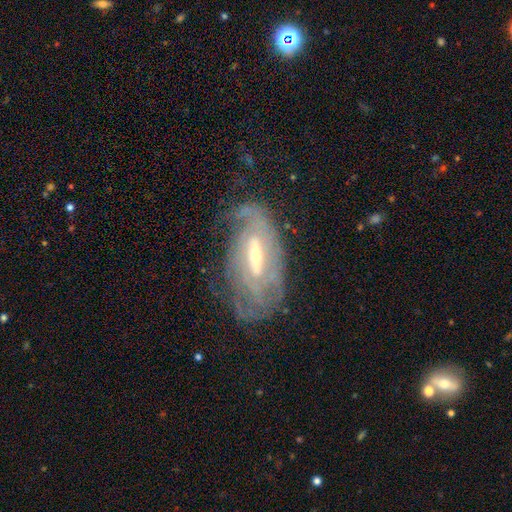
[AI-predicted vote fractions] Smooth or featured: featured or disk — 80% (smooth — 13%)
Edge-on disk: no — 89% (yes — 11%)
Bar: weak — 46% (strong — 37%)
Spiral arms: yes — 83% (no — 17%)
Spiral winding: tight — 60% (medium — 29%)
Spiral arm count: can't tell — 52% (2 — 22%)
Bulge size: moderate — 51% (small — 41%)
Merging: none — 59% (minor disturbance — 24%)